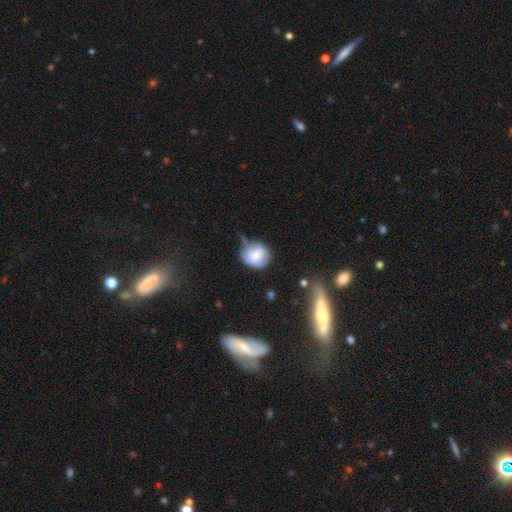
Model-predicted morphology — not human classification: smooth_or_featured: smooth (p=0.64) [alt: featured or disk p=0.27]
how_rounded: round (p=0.78) [alt: in between p=0.21]
merging: none (p=0.39) [alt: minor disturbance p=0.36]